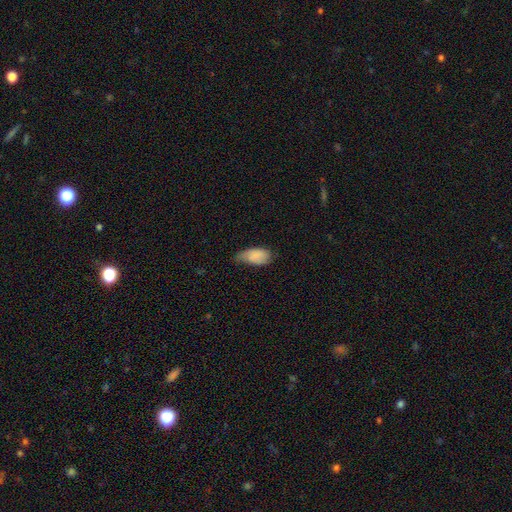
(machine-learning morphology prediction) The model was most divided on "merging": minor disturbance: 47%, none: 35%, major disturbance: 16%, merger: 2%. More confident: how rounded — in between (94%); smooth or featured — smooth (78%).